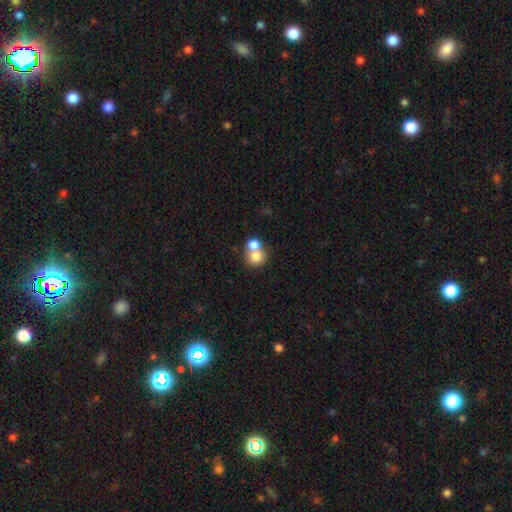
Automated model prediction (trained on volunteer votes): Smooth or featured? smooth (76%)
How rounded? round (82%)
Merging? merger (57%)